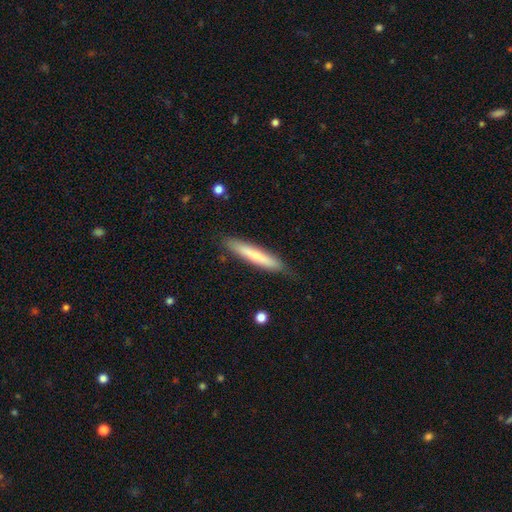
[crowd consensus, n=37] Overall: smooth (51%; featured or disk 46%). How rounded: cigar-shaped (95%). Merging: none (78%).